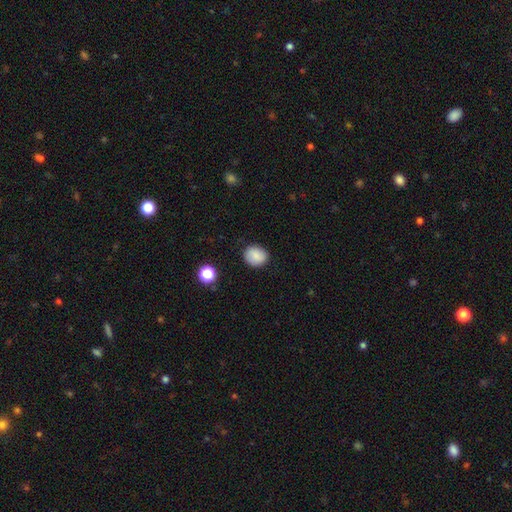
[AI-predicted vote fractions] The model was most divided on "how rounded": round: 67%, in between: 32%, cigar-shaped: 1%. More confident: merging — none (86%); smooth or featured — smooth (83%).